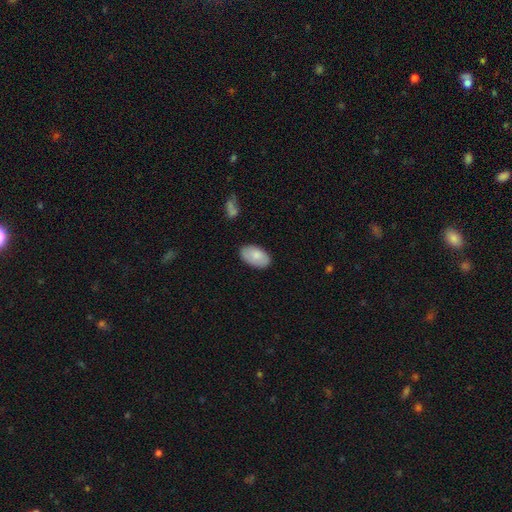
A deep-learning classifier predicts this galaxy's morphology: This appears to be a smooth galaxy with no disk features (82%) that is in between round and cigar-shaped (95%). Merging: none (83%).